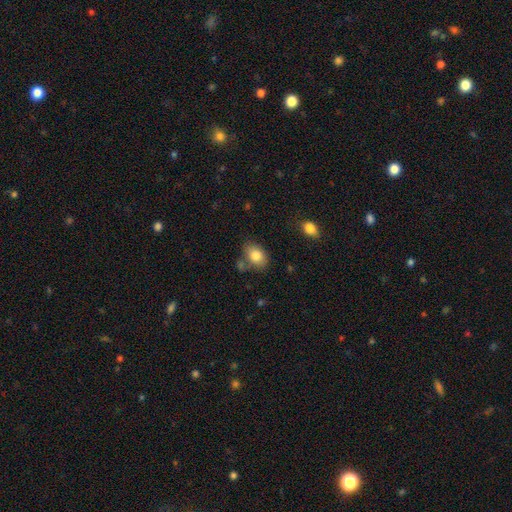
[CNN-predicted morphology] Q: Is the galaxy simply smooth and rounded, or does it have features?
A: smooth — 82%.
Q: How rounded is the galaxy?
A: in between — 74%.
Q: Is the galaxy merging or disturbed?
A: none — 68%.